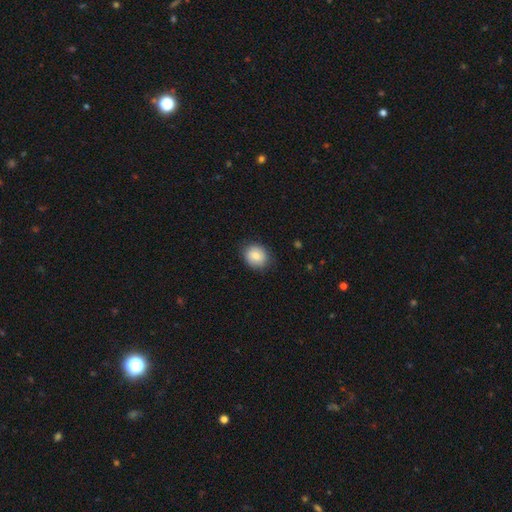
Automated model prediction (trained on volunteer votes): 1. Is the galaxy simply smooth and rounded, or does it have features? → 81% smooth, 11% featured or disk, 8% star or artifact.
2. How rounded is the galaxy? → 75% round, 24% in between, 1% cigar-shaped.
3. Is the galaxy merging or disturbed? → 84% none, 12% minor disturbance, 3% major disturbance, 1% merger.